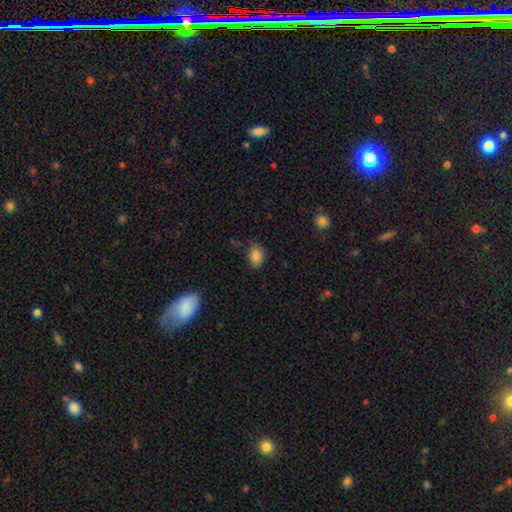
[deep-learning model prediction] This is clearly a smooth galaxy (84%). How rounded: likely in between (76%). Merging: likely none (77%).